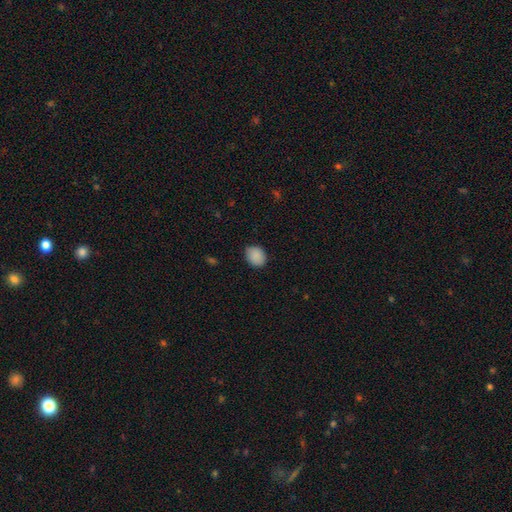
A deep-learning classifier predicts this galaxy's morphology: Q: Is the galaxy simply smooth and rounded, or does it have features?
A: smooth — 89%.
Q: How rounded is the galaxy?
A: in between — 53%.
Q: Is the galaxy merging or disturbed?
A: none — 82%.